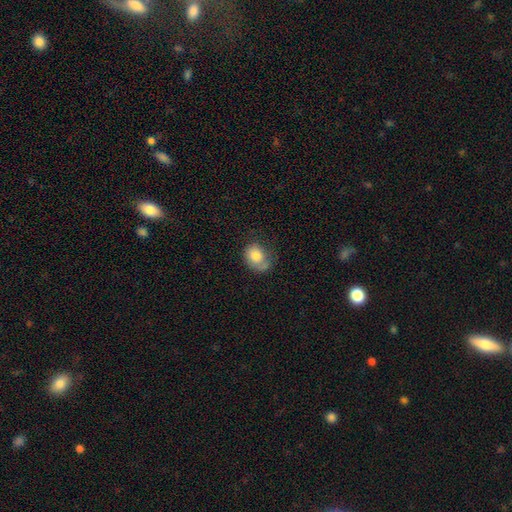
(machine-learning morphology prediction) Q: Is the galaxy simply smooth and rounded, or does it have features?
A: smooth — 76%.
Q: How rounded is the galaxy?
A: in between — 51%.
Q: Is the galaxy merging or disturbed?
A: none — 45%.